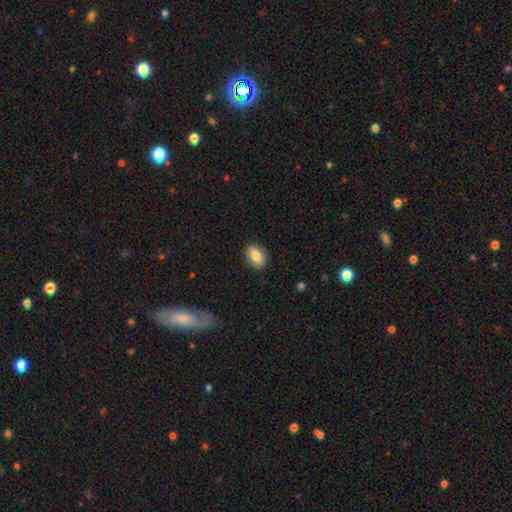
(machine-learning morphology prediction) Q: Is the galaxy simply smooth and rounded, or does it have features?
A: smooth — 83%.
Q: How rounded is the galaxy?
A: in between — 84%.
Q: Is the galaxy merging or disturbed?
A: none — 87%.